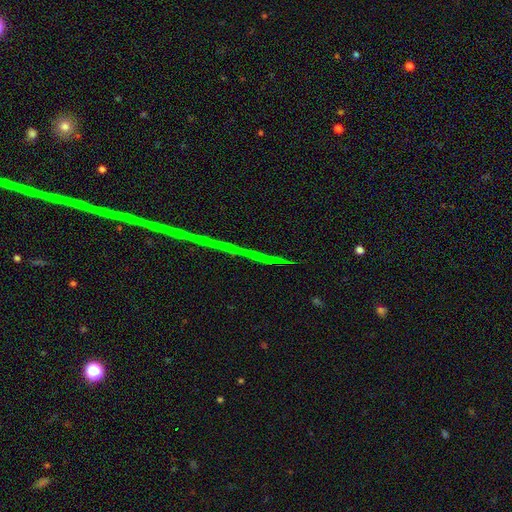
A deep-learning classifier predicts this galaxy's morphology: Smooth or featured: star or artifact — 81% (featured or disk — 13%)